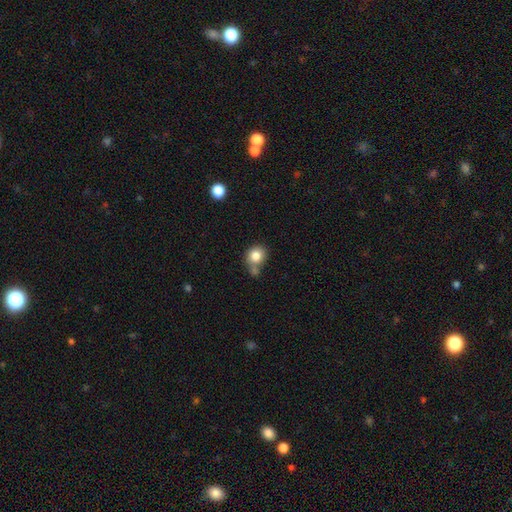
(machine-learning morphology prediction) Smooth or featured? smooth (82%)
How rounded? round (77%)
Merging? none (53%)